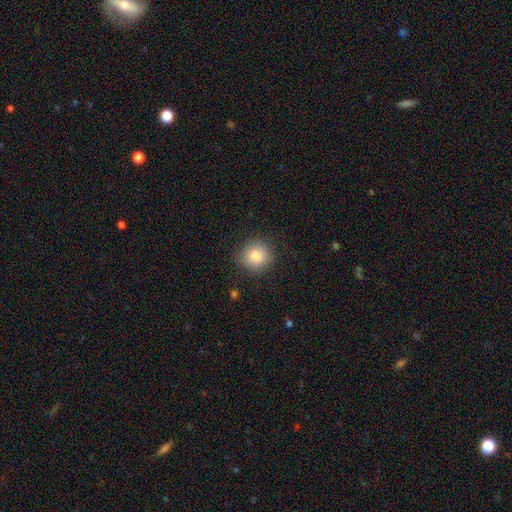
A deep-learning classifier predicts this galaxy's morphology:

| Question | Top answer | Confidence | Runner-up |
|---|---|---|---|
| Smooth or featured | smooth | 84% | star or artifact (9%) |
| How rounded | round | 89% | in between (10%) |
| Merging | none | 85% | minor disturbance (11%) |